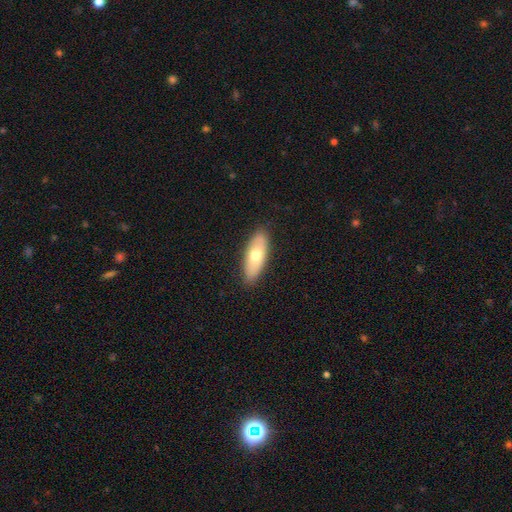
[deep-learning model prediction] Overall: smooth (64%; featured or disk 30%). How rounded: in between (72%). Merging: none (88%).